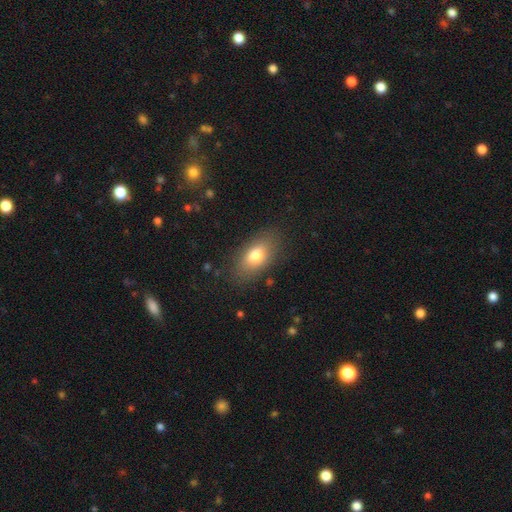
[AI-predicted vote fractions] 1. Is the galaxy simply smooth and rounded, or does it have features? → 76% smooth, 15% featured or disk, 8% star or artifact.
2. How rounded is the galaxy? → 87% in between, 8% round, 5% cigar-shaped.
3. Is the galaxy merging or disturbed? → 83% none, 12% minor disturbance, 4% major disturbance, 1% merger.